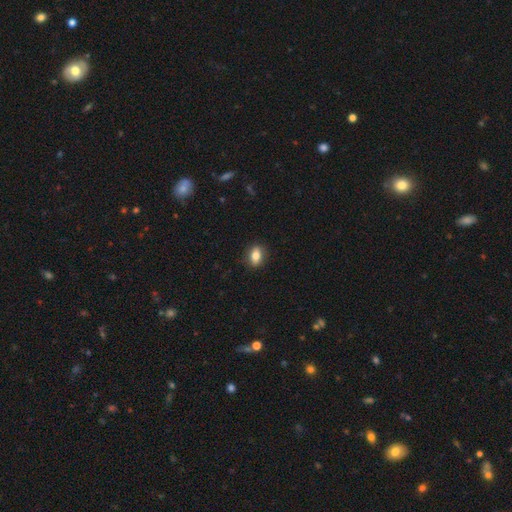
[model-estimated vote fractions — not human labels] Smooth or featured?
  - smooth: 81% *
  - featured or disk: 10%
  - star or artifact: 8%
How rounded?
  - in between: 77% *
  - round: 19%
  - cigar-shaped: 4%
Merging?
  - none: 87% *
  - minor disturbance: 10%
  - major disturbance: 2%
  - merger: 1%